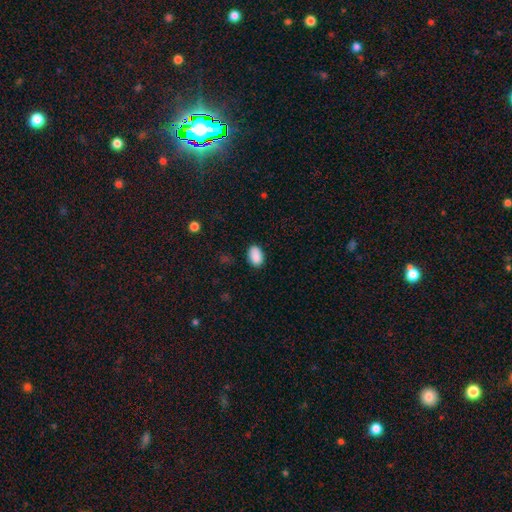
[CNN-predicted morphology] smooth_or_featured: smooth (p=0.88) [alt: star or artifact p=0.08]
how_rounded: in between (p=0.89) [alt: round p=0.10]
merging: none (p=0.81) [alt: minor disturbance p=0.15]